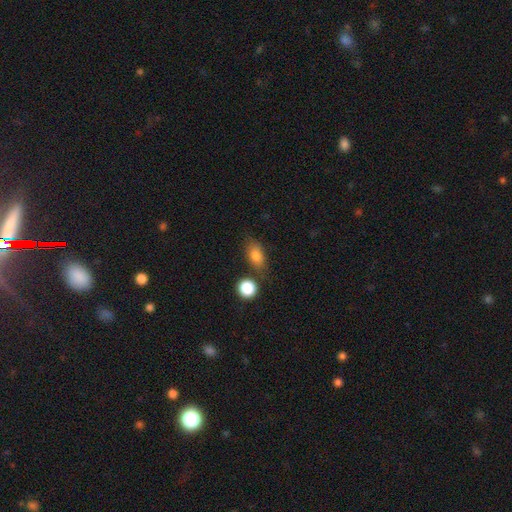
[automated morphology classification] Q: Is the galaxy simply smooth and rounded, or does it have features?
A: smooth — 80%.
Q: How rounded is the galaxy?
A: in between — 77%.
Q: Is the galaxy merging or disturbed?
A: none — 66%.